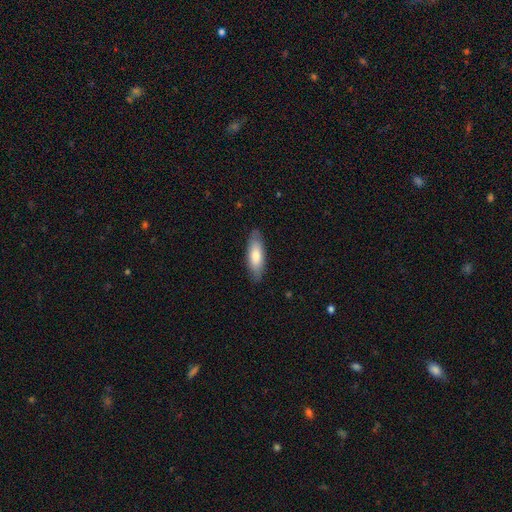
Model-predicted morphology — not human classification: This is likely a smooth galaxy (76%). How rounded: likely in between (62%). Merging: clearly none (85%).